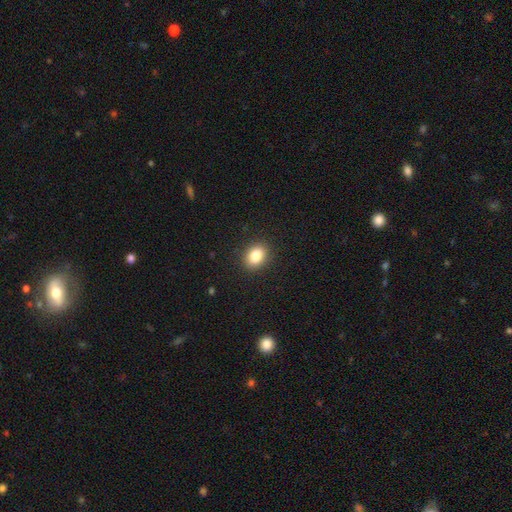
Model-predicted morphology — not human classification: A smooth galaxy with no disk features (85%) that is in between round and cigar-shaped (60%).

Vote fractions:
- Smooth or featured? smooth: 85% / star or artifact: 9% / featured or disk: 6%
- How rounded? in between: 60% / round: 39% / cigar-shaped: 1%
- Merging? none: 89% / minor disturbance: 8% / major disturbance: 2% / merger: 1%